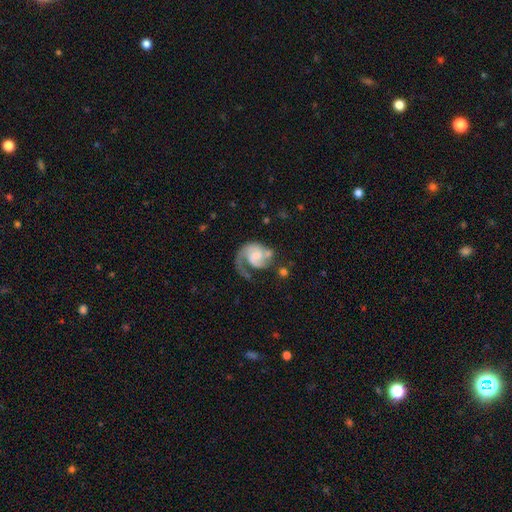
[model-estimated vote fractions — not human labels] Q: Smooth or featured?
A: featured or disk (81%); runner-up: smooth (14%)
Q: Edge-on disk?
A: no (98%); runner-up: yes (2%)
Q: Bar?
A: no (61%); runner-up: weak (33%)
Q: Spiral arms?
A: yes (94%); runner-up: no (6%)
Q: Spiral winding?
A: medium (44%); runner-up: loose (29%)
Q: Spiral arm count?
A: 1 (55%); runner-up: 2 (36%)
Q: Bulge size?
A: small (42%); runner-up: moderate (36%)
Q: Merging?
A: none (38%); runner-up: major disturbance (35%)